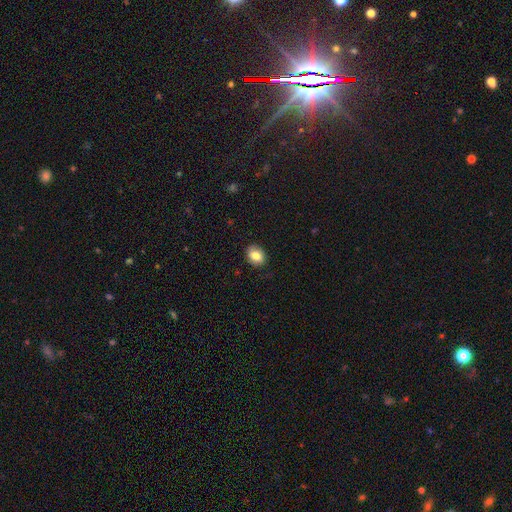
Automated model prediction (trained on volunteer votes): Overall: smooth (83%). How rounded: in between (58%; round 41%). Merging: none (86%).